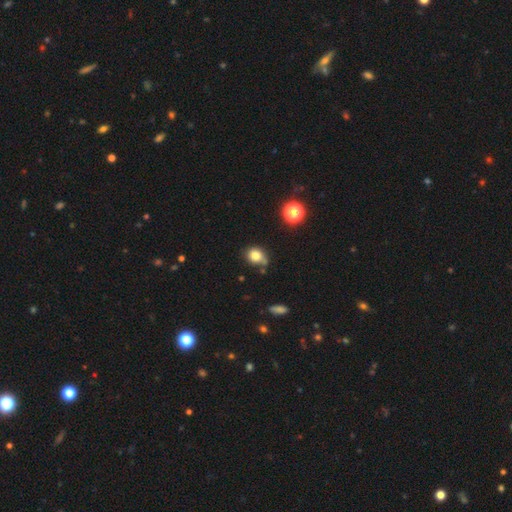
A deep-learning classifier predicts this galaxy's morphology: Overall: smooth (80%). How rounded: round (64%; in between 34%). Merging: none (53%; minor disturbance 28%).